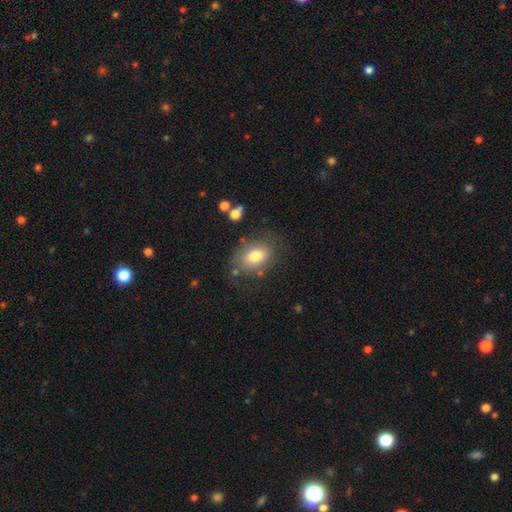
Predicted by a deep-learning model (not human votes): Smooth or featured: smooth — 75% (featured or disk — 16%)
How rounded: in between — 78% (round — 21%)
Merging: none — 70% (minor disturbance — 18%)